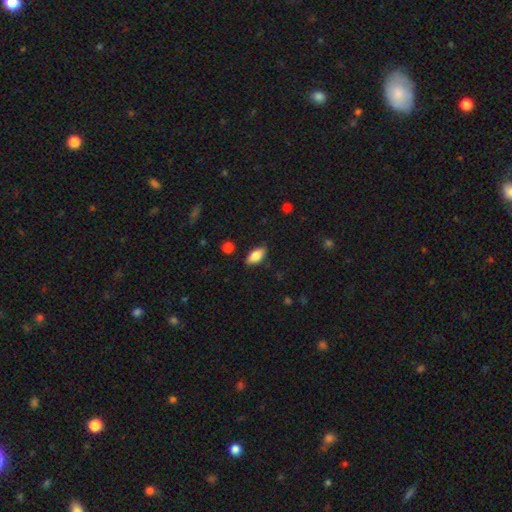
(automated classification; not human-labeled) A smooth galaxy with no disk features (81%) that is in between round and cigar-shaped (89%). Merging: none (85%).